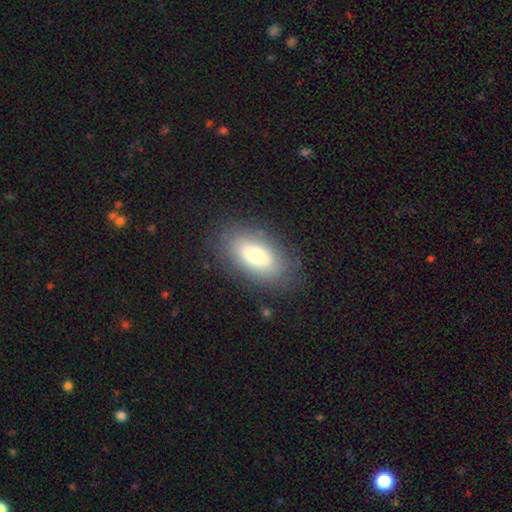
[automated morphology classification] smooth 65%, featured or disk 26%, star or artifact 9%. Down the decision tree: how rounded — in between (90%); merging — none (79%).